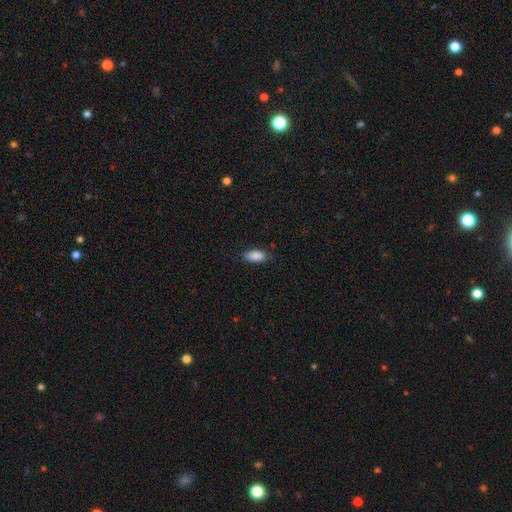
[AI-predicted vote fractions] The model was most divided on "merging": none: 82%, minor disturbance: 15%, major disturbance: 3%, merger: 1%. More confident: smooth or featured — smooth (88%); how rounded — in between (86%).